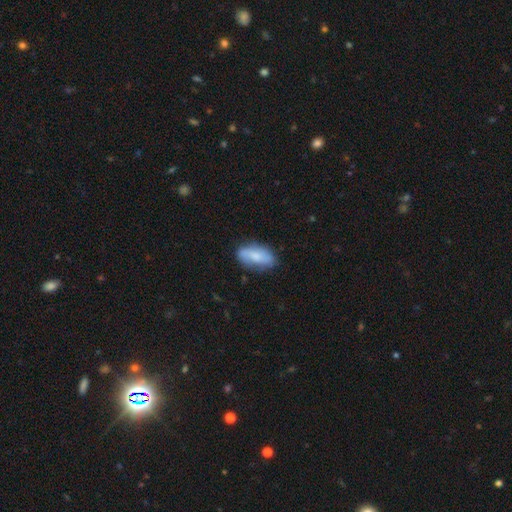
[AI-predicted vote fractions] A smooth galaxy with no disk features (68%) that is in between round and cigar-shaped (89%). Merging: none (69%).